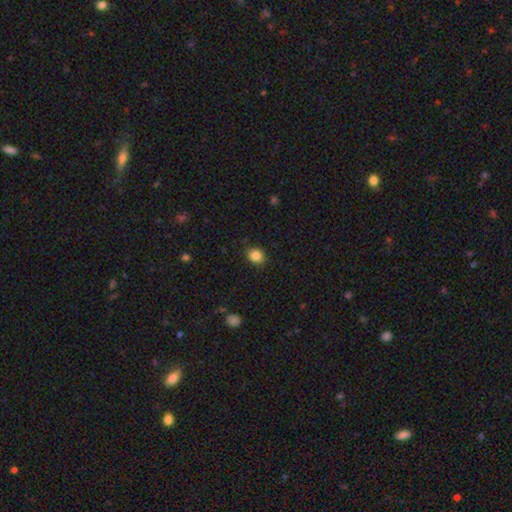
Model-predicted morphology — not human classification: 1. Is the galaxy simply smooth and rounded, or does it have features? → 86% smooth, 10% star or artifact, 4% featured or disk.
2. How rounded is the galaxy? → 61% round, 38% in between, 1% cigar-shaped.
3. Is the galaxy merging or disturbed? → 88% none, 9% minor disturbance, 2% major disturbance, 1% merger.